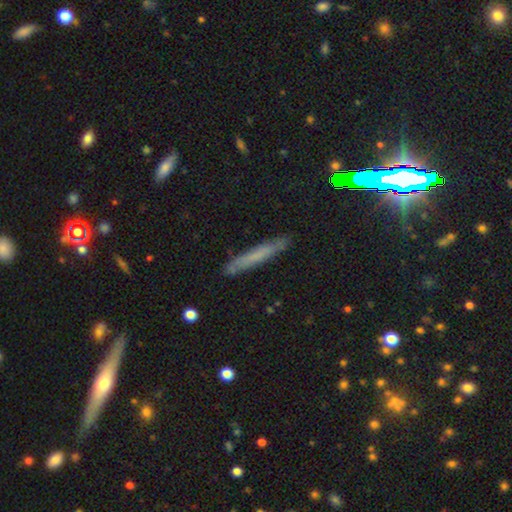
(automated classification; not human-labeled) smooth-or-featured: smooth: 54% | featured or disk: 33% | star or artifact: 13%
  how-rounded: cigar-shaped: 94% | in between: 4% | round: 2%
  merging: none: 84% | minor disturbance: 12% | major disturbance: 2% | merger: 2%